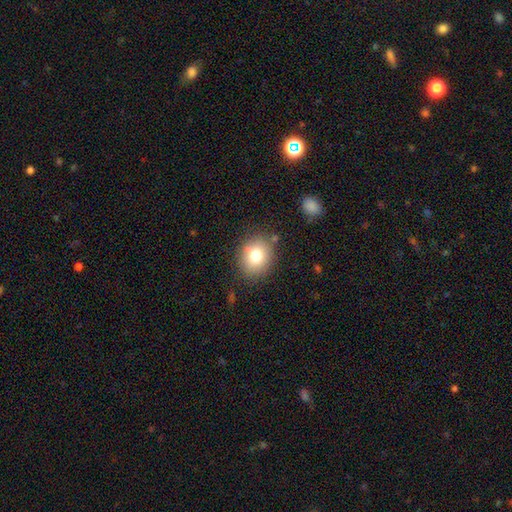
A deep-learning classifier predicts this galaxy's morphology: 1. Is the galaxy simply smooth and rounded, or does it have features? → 78% smooth, 12% featured or disk, 10% star or artifact.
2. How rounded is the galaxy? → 60% round, 39% in between, 1% cigar-shaped.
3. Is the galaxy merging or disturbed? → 82% none, 12% minor disturbance, 4% major disturbance, 3% merger.